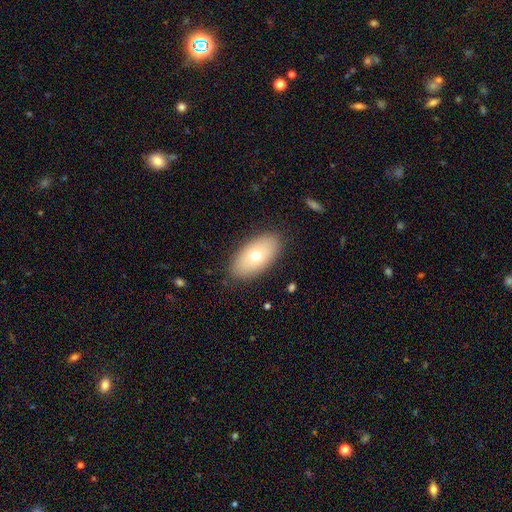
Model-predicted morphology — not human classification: This appears to be a smooth galaxy with no disk features (69%) that is in between round and cigar-shaped (93%). Merging: none (87%).